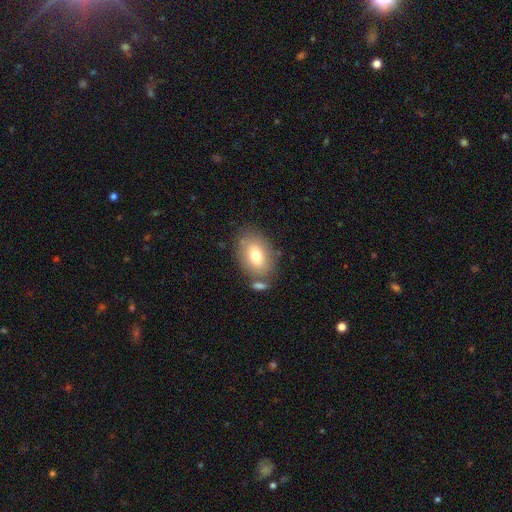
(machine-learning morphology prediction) smooth 74%, featured or disk 18%, star or artifact 8%. Down the decision tree: how rounded — in between (83%); merging — none (69%).